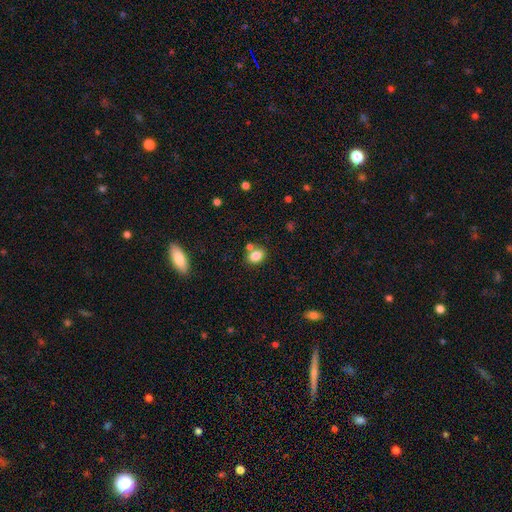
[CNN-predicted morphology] This is clearly a smooth galaxy (83%). How rounded: likely in between (72%). Merging: likely none (65%).